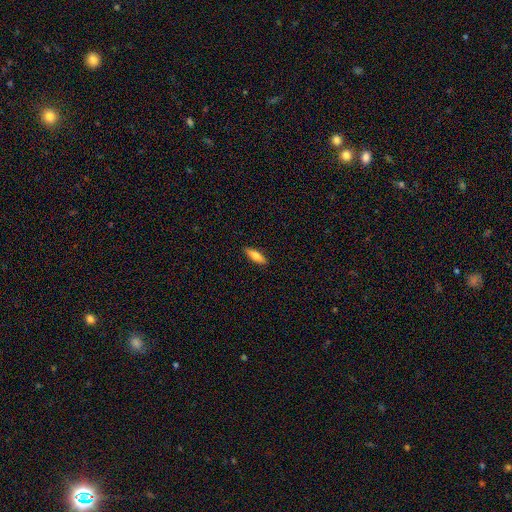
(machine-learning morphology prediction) A smooth galaxy with no disk features (75%) that is cigar-shaped (51%).

Vote fractions:
- Smooth or featured? smooth: 75% / featured or disk: 18% / star or artifact: 6%
- How rounded? cigar-shaped: 51% / in between: 47% / round: 2%
- Merging? none: 89% / minor disturbance: 8% / major disturbance: 2% / merger: 1%